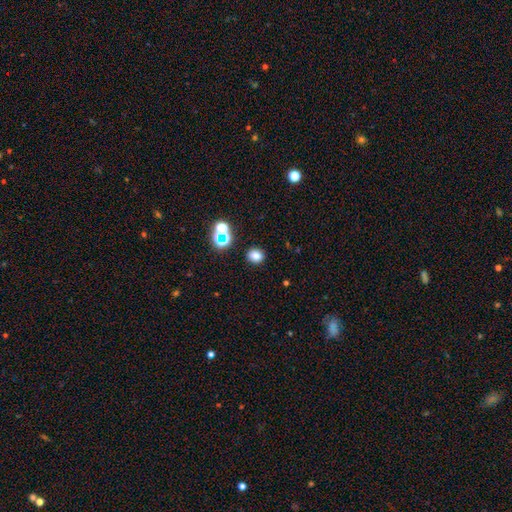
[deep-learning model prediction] Smooth or featured?
  - smooth: 77% *
  - star or artifact: 16%
  - featured or disk: 6%
How rounded?
  - round: 65% *
  - in between: 33%
  - cigar-shaped: 1%
Merging?
  - none: 87% *
  - minor disturbance: 7%
  - merger: 3%
  - major disturbance: 3%